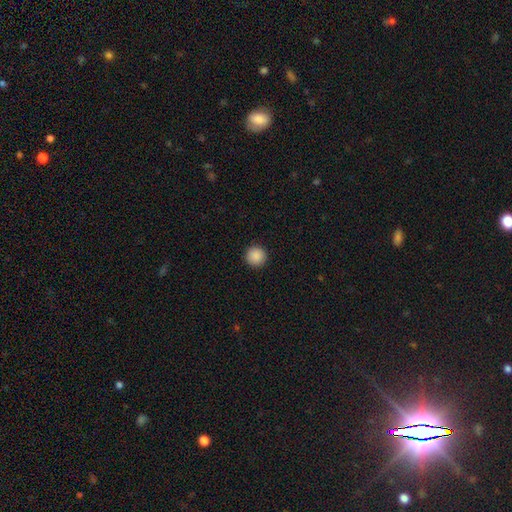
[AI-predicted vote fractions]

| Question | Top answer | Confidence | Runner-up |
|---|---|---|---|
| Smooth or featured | smooth | 89% | star or artifact (8%) |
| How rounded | round | 96% | in between (3%) |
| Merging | none | 93% | minor disturbance (4%) |